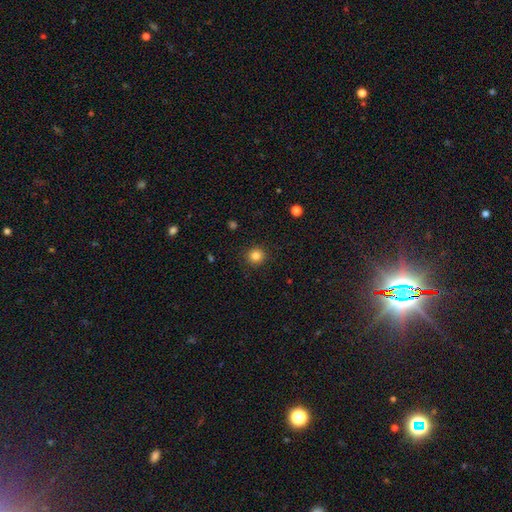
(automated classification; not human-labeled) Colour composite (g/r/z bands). It shows a smooth galaxy with no disk features (84%) that is round (92%). Merging: none (91%).